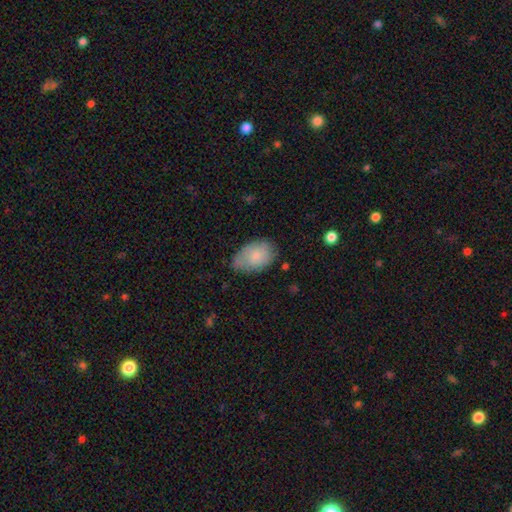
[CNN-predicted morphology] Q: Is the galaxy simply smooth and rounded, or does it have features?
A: smooth — 80%.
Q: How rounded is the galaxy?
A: in between — 90%.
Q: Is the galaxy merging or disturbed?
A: none — 63%.